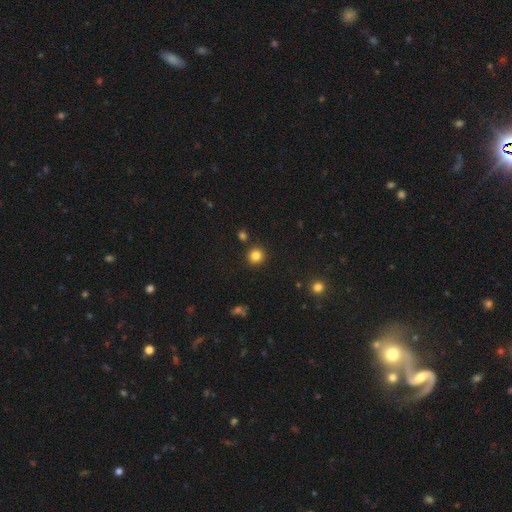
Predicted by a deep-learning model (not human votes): Morphology: type=smooth (82%); roundness=round (93%); merging=none (89%).